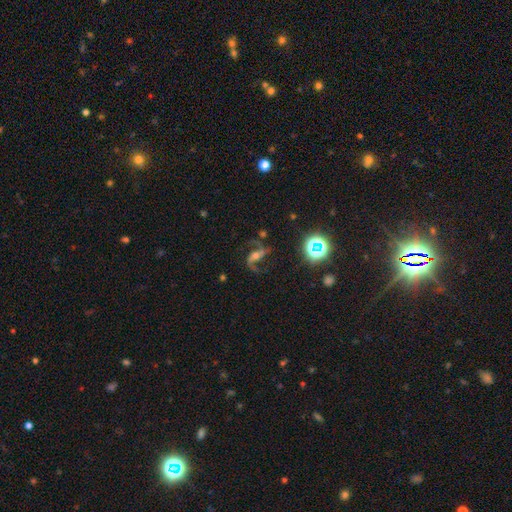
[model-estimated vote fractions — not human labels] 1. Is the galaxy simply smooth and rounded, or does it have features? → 82% featured or disk, 12% star or artifact, 6% smooth.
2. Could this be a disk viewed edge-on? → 96% no, 4% yes.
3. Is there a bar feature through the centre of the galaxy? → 36% no, 35% strong, 29% weak.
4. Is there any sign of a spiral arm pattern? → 97% yes, 3% no.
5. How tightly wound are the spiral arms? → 71% loose, 24% medium, 5% tight.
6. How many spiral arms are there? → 92% 2, 3% 1, 2% can't tell, 1% 3, 1% 4, 1% more than 4.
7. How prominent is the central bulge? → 59% moderate, 30% small, 7% large, 3% none, 2% dominant.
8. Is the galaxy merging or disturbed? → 73% none, 13% minor disturbance, 11% major disturbance, 3% merger.